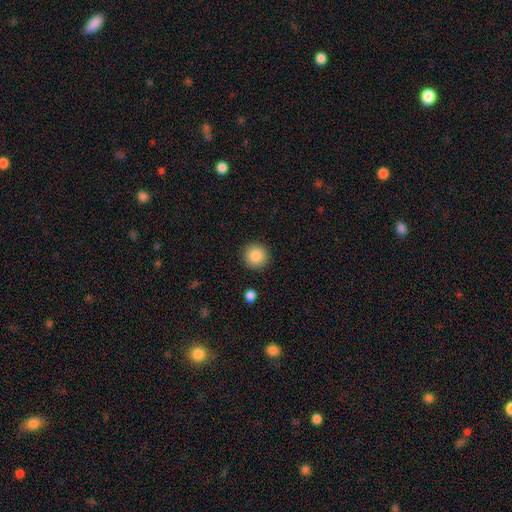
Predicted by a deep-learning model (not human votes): Smooth or featured?
  - smooth: 86% *
  - star or artifact: 9%
  - featured or disk: 5%
How rounded?
  - round: 94% *
  - in between: 5%
  - cigar-shaped: 1%
Merging?
  - none: 91% *
  - minor disturbance: 5%
  - major disturbance: 2%
  - merger: 1%